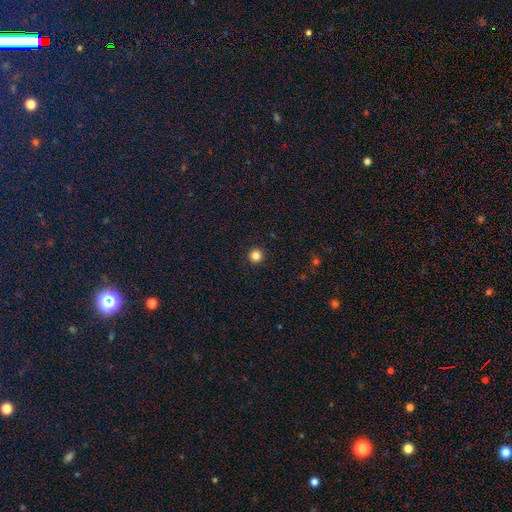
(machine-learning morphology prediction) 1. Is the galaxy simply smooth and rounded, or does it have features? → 84% smooth, 12% star or artifact, 4% featured or disk.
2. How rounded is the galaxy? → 97% round, 2% in between, 1% cigar-shaped.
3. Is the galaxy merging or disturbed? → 94% none, 4% minor disturbance, 1% major disturbance, 1% merger.